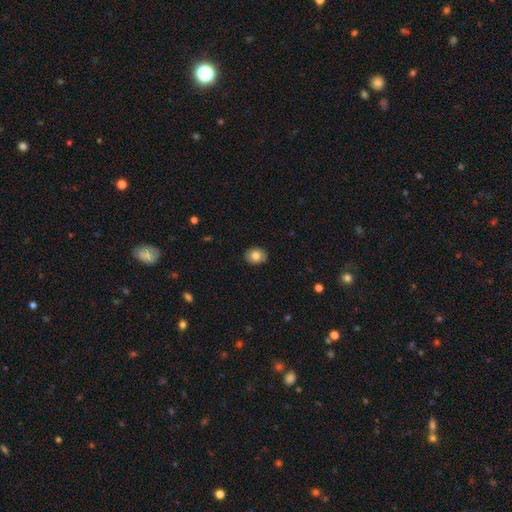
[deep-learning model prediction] smooth_or_featured: smooth (p=0.81) [alt: featured or disk p=0.10]
how_rounded: round (p=0.55) [alt: in between p=0.44]
merging: none (p=0.88) [alt: minor disturbance p=0.09]